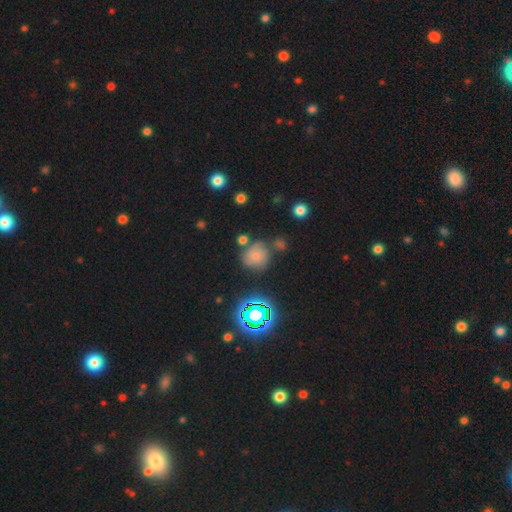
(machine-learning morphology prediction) Smooth or featured? Predicted: smooth (p=0.61). How rounded? Predicted: round (p=0.81). Merging? Predicted: none (p=0.60).